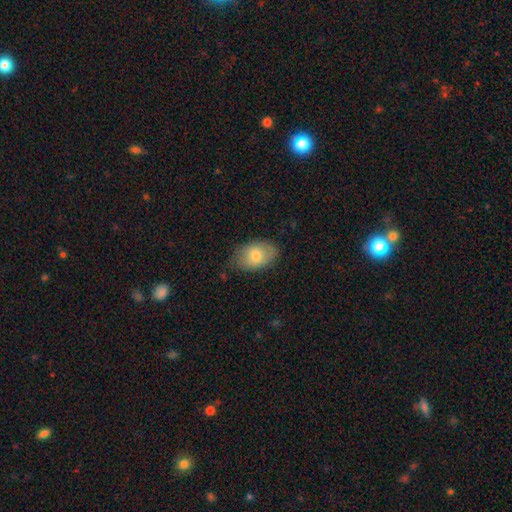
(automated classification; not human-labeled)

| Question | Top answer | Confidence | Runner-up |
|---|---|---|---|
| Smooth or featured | smooth | 76% | featured or disk (17%) |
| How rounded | in between | 87% | round (11%) |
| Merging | none | 70% | minor disturbance (24%) |